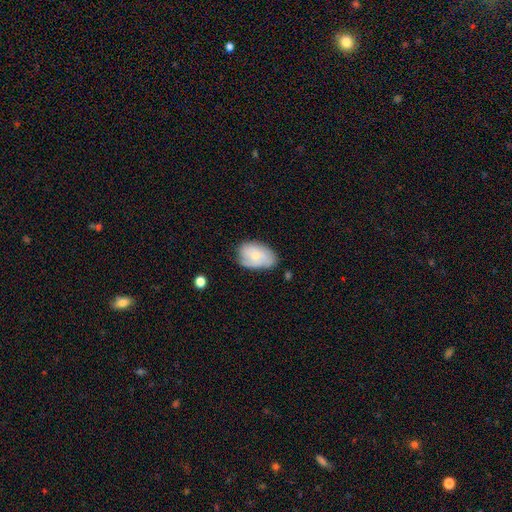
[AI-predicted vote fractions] smooth 58%, featured or disk 35%, star or artifact 7%. Down the decision tree: how rounded — in between (87%); merging — none (59%).